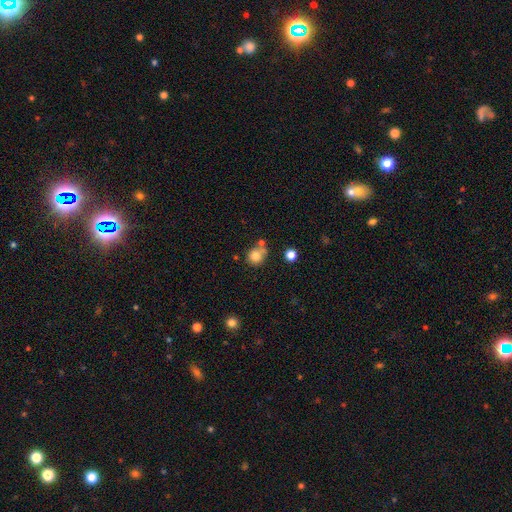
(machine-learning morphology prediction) Smooth or featured: smooth — 81% (star or artifact — 11%)
How rounded: round — 83% (in between — 16%)
Merging: none — 57% (merger — 21%)